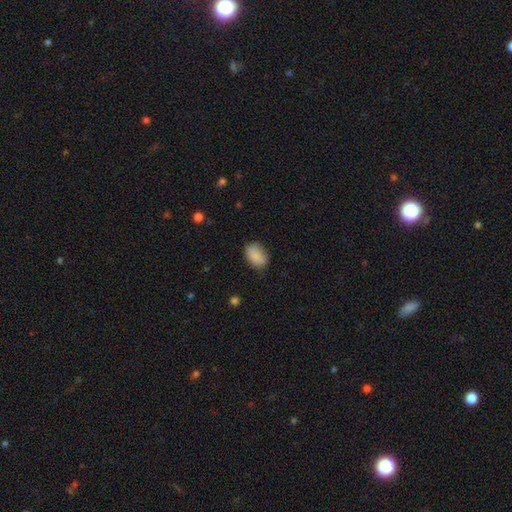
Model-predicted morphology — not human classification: smooth_or_featured: smooth (p=0.88) [alt: star or artifact p=0.07]
how_rounded: in between (p=0.86) [alt: round p=0.13]
merging: none (p=0.78) [alt: minor disturbance p=0.17]